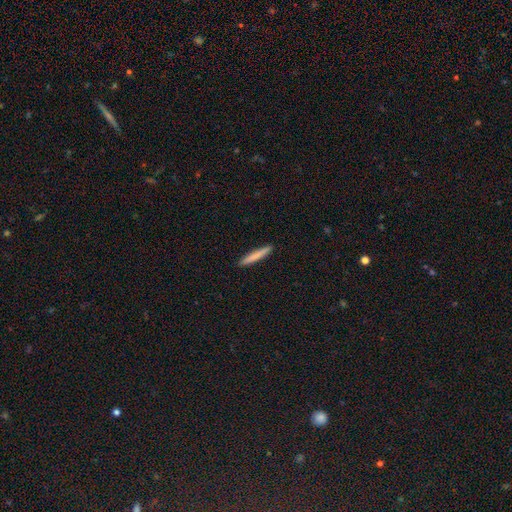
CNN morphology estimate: Smooth or featured?
  - smooth: 78% *
  - featured or disk: 16%
  - star or artifact: 6%
How rounded?
  - cigar-shaped: 96% *
  - in between: 3%
  - round: 1%
Merging?
  - none: 92% *
  - minor disturbance: 5%
  - major disturbance: 1%
  - merger: 1%